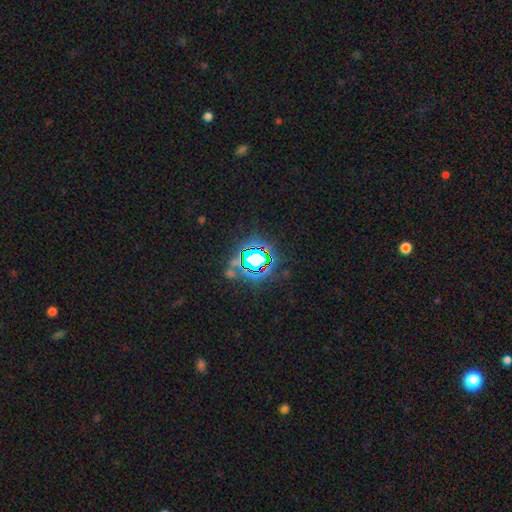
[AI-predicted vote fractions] smooth_or_featured: star or artifact (p=0.78) [alt: smooth p=0.14]